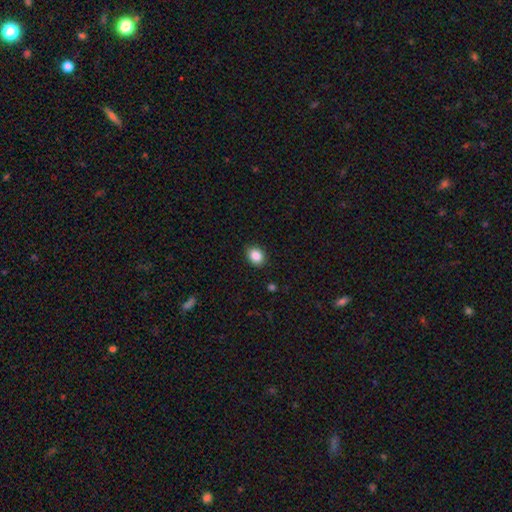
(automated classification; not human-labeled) smooth-or-featured: smooth: 87% | star or artifact: 9% | featured or disk: 4%
  how-rounded: in between: 53% | round: 47% | cigar-shaped: 1%
  merging: none: 89% | minor disturbance: 8% | major disturbance: 2% | merger: 1%